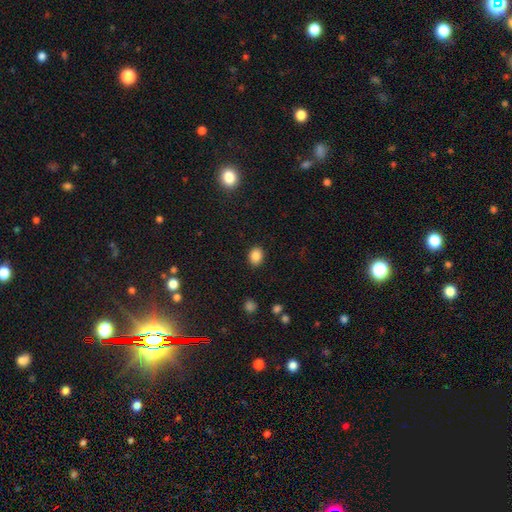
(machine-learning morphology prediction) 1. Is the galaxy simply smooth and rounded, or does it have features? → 86% smooth, 10% star or artifact, 4% featured or disk.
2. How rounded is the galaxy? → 59% in between, 40% round, 1% cigar-shaped.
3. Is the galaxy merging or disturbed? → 89% none, 8% minor disturbance, 2% major disturbance, 1% merger.